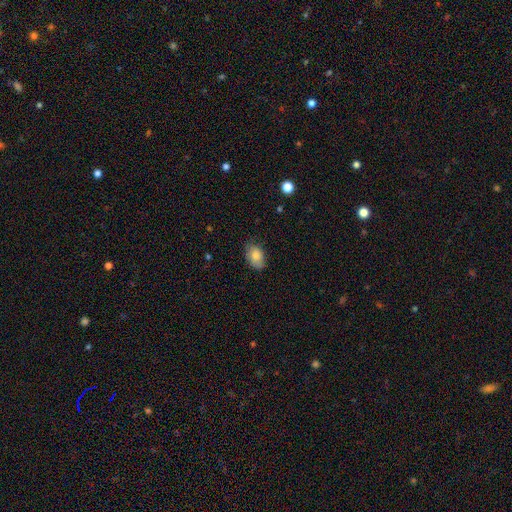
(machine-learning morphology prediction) This appears to be a smooth galaxy with no disk features (81%) that is in between round and cigar-shaped (82%). Merging: none (71%).